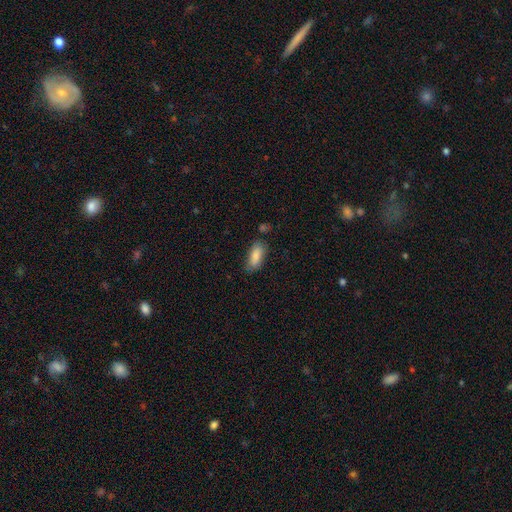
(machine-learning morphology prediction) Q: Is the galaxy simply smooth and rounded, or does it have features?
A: smooth — 86%.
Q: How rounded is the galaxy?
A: in between — 80%.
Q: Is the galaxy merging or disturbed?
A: none — 72%.